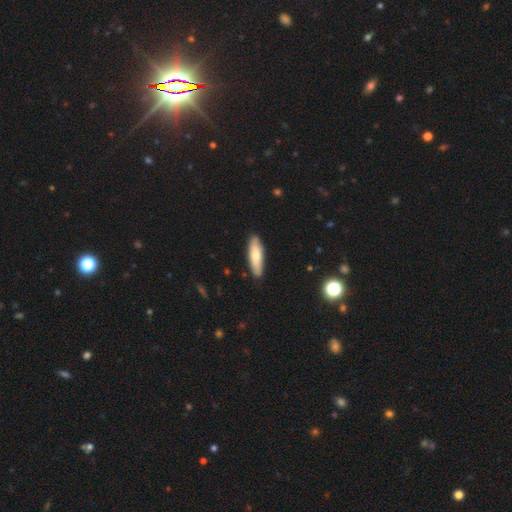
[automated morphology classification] Q: Smooth or featured?
A: smooth (72%); runner-up: featured or disk (23%)
Q: How rounded?
A: cigar-shaped (55%); runner-up: in between (43%)
Q: Merging?
A: none (87%); runner-up: minor disturbance (10%)